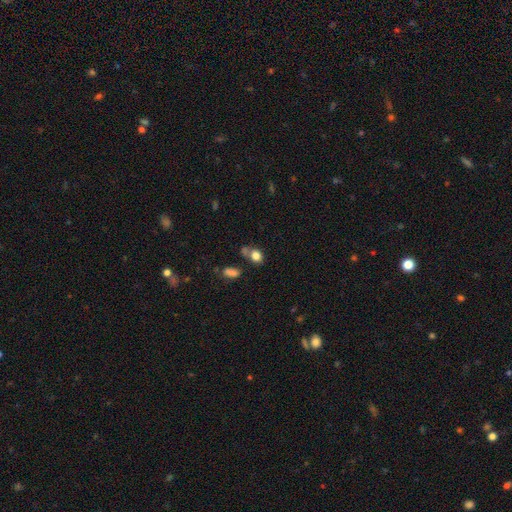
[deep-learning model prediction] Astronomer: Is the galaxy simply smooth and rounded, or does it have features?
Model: smooth — 81%.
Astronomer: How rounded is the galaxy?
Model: in between — 52% (runner-up: round, 47%).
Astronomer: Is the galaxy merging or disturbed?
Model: none — 54%.